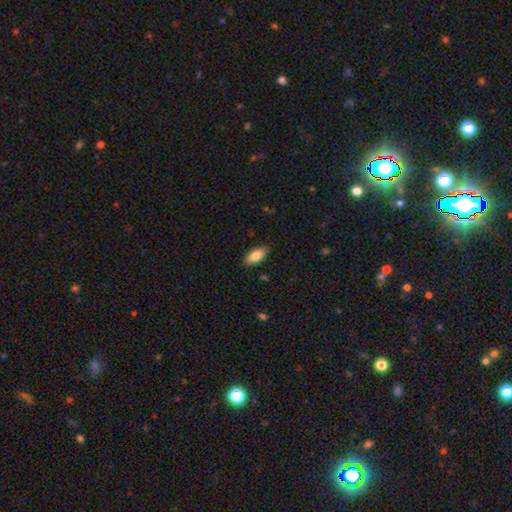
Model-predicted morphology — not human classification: A smooth galaxy with no disk features (83%) that is in between round and cigar-shaped (88%).

Vote fractions:
- Smooth or featured? smooth: 83% / featured or disk: 11% / star or artifact: 6%
- How rounded? in between: 88% / cigar-shaped: 10% / round: 2%
- Merging? none: 86% / minor disturbance: 11% / major disturbance: 2% / merger: 1%